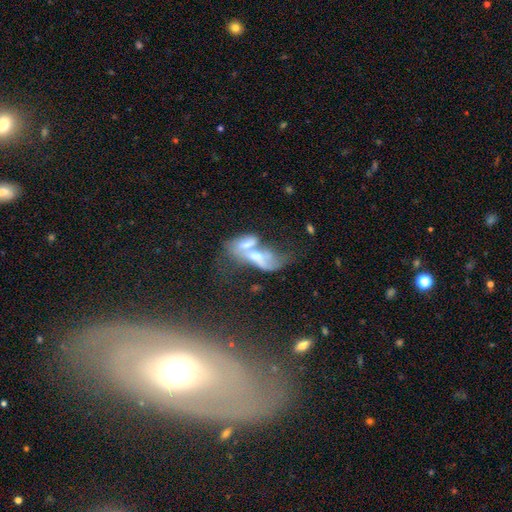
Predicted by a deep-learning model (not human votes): Q: Smooth or featured?
A: featured or disk (48%); runner-up: smooth (38%)
Q: Merging?
A: merger (70%); runner-up: major disturbance (13%)